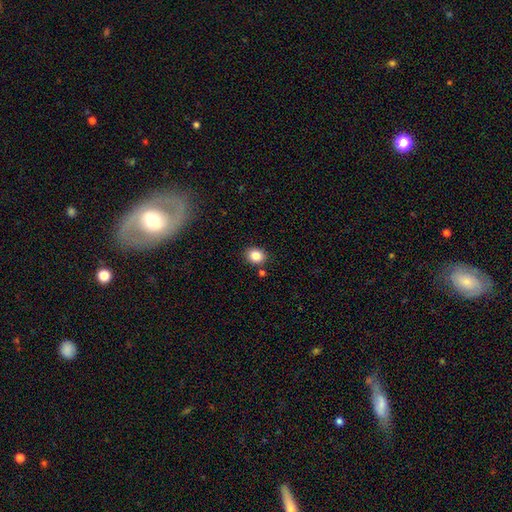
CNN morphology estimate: type=smooth (84%); roundness=round (59%); merging=none (85%).